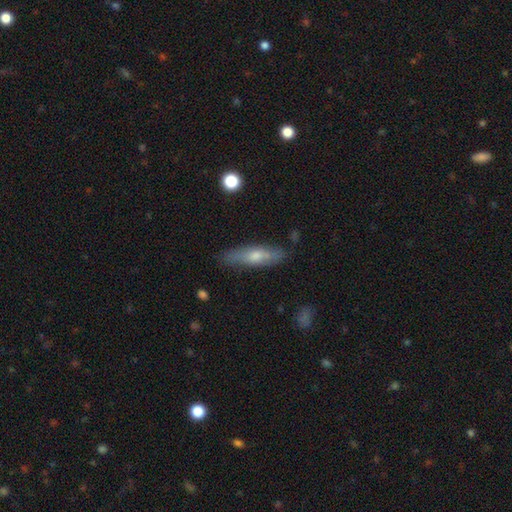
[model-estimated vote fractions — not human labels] Smooth or featured? Predicted: smooth (p=0.52). How rounded? Predicted: cigar-shaped (p=0.73). Merging? Predicted: none (p=0.83).